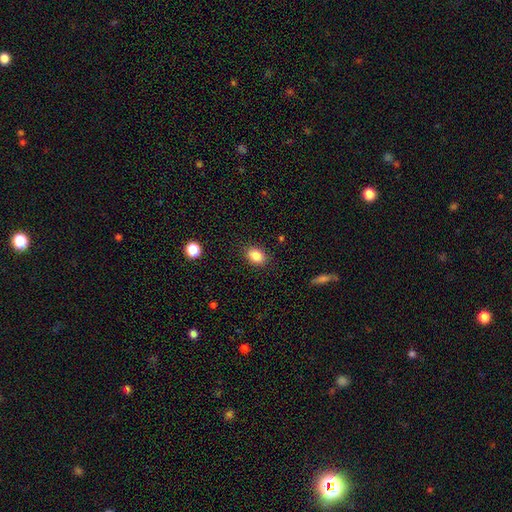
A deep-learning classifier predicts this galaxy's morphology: The model was most divided on "how rounded": in between: 76%, round: 23%, cigar-shaped: 1%. More confident: merging — none (87%); smooth or featured — smooth (86%).